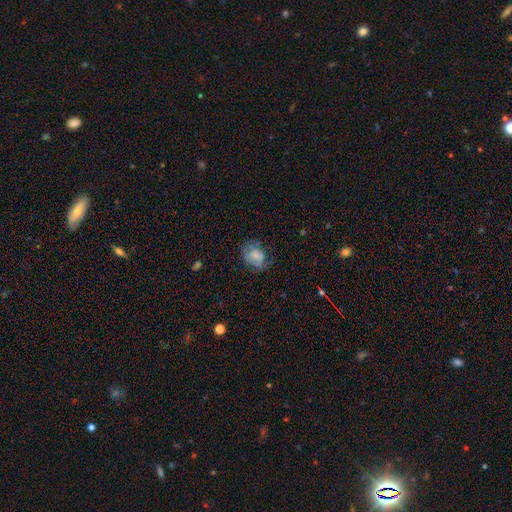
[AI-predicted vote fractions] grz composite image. It shows a smooth galaxy with no disk features (63%) that is in between round and cigar-shaped (64%). Merging: none (55%).